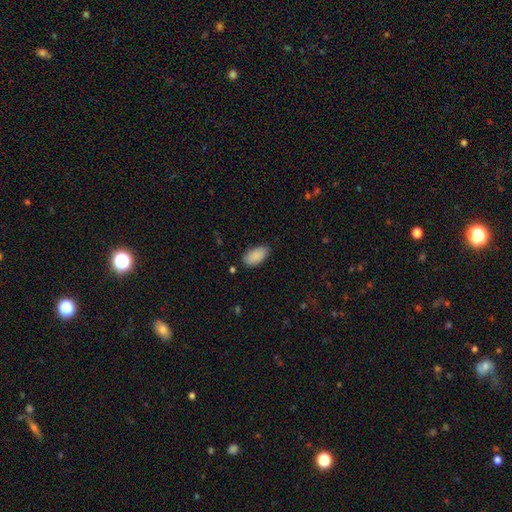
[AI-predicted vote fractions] Smooth or featured? Predicted: smooth (p=0.88). How rounded? Predicted: in between (p=0.95). Merging? Predicted: none (p=0.77).